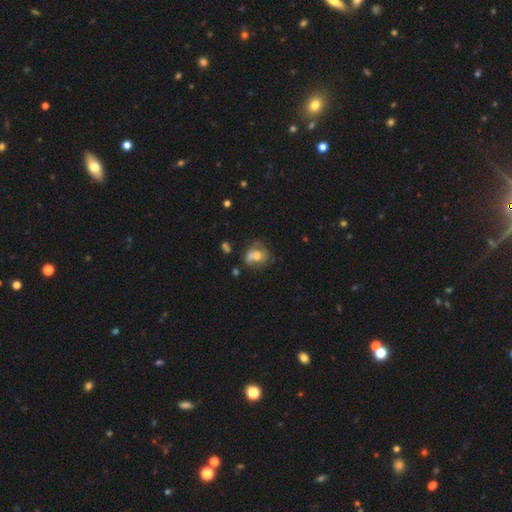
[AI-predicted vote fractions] Smooth or featured? Predicted: featured or disk (p=0.49). Merging? Predicted: none (p=0.36).